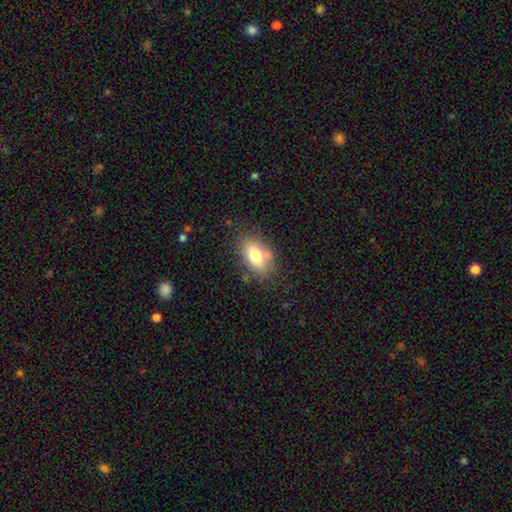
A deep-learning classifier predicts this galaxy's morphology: This appears to be a smooth galaxy with no disk features (75%) that is in between round and cigar-shaped (88%). Merging: none (73%).